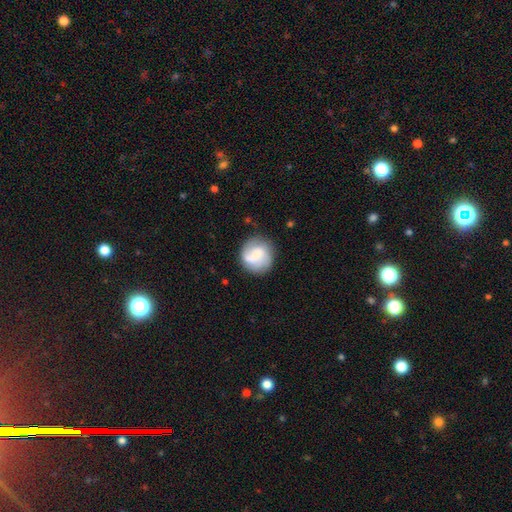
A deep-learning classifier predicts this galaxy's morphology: Smooth or featured? Predicted: smooth (p=0.51). How rounded? Predicted: round (p=0.85). Merging? Predicted: none (p=0.69).